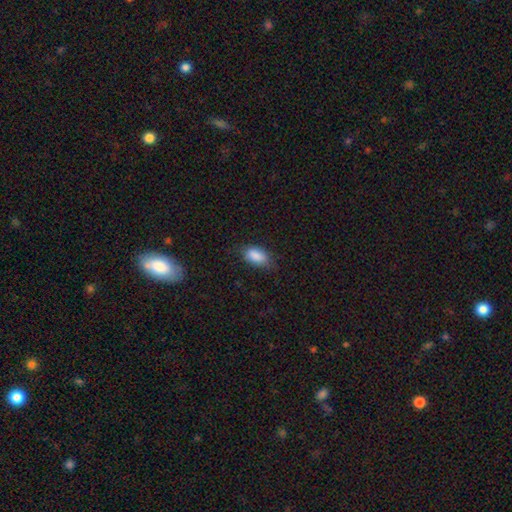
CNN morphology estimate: Smooth or featured? Predicted: smooth (p=0.87). How rounded? Predicted: in between (p=0.91). Merging? Predicted: none (p=0.68).